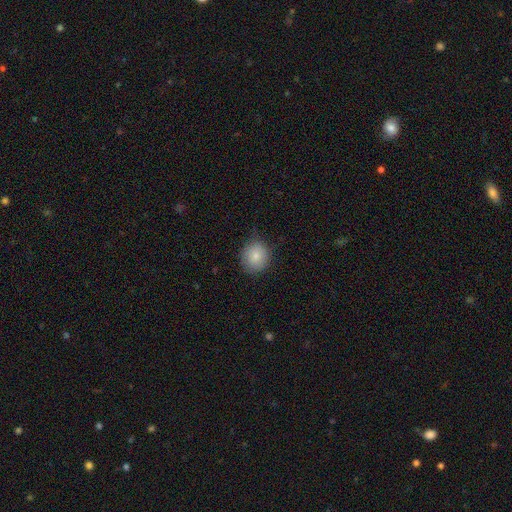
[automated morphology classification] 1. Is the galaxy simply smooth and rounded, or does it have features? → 83% smooth, 9% featured or disk, 8% star or artifact.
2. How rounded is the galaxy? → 81% round, 18% in between, 1% cigar-shaped.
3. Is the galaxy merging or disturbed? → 75% none, 20% minor disturbance, 4% major disturbance, 1% merger.